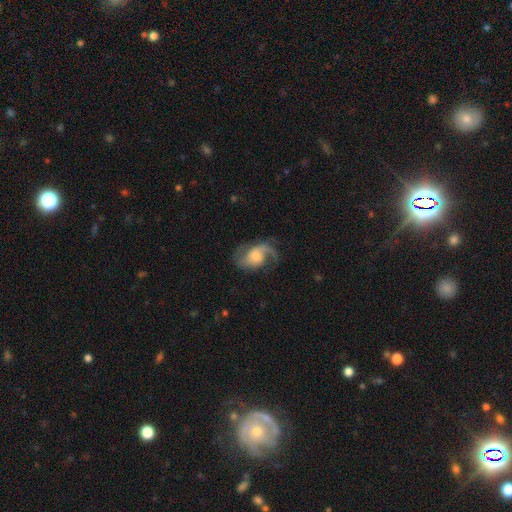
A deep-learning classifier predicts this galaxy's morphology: smooth-or-featured: featured or disk: 78% | smooth: 16% | star or artifact: 6%
  disk-edge-on: no: 97% | yes: 3%
    bar: no: 61% | weak: 32% | strong: 7%
    has-spiral-arms: yes: 94% | no: 6%
      spiral-winding: loose: 47% | medium: 41% | tight: 12%
      spiral-arm-count: 2: 76% | 1: 15% | can't tell: 4% | 3: 2% | 4: 1% | more than 4: 1%
    bulge-size: moderate: 42% | small: 33% | large: 16% | none: 7% | dominant: 3%
  merging: none: 62% | minor disturbance: 19% | major disturbance: 18% | merger: 2%